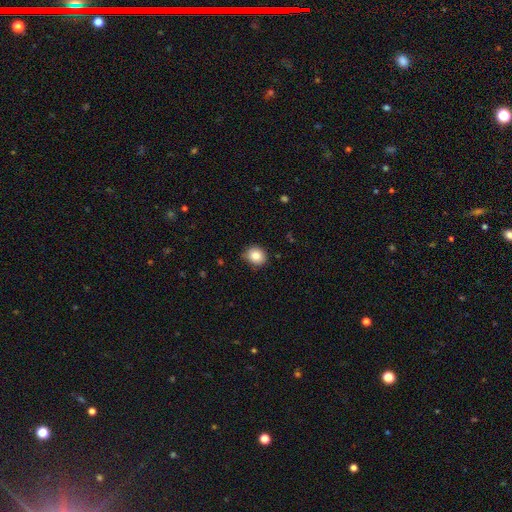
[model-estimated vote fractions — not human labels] Smooth or featured: smooth — 84% (star or artifact — 9%)
How rounded: round — 69% (in between — 30%)
Merging: none — 82% (minor disturbance — 15%)